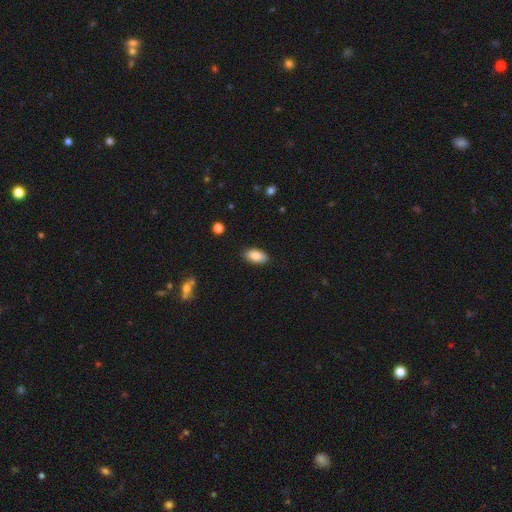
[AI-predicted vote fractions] A smooth galaxy with no disk features (87%) that is in between round and cigar-shaped (93%).

Vote fractions:
- Smooth or featured? smooth: 87% / star or artifact: 7% / featured or disk: 6%
- How rounded? in between: 93% / cigar-shaped: 4% / round: 3%
- Merging? none: 87% / minor disturbance: 10% / major disturbance: 2% / merger: 1%